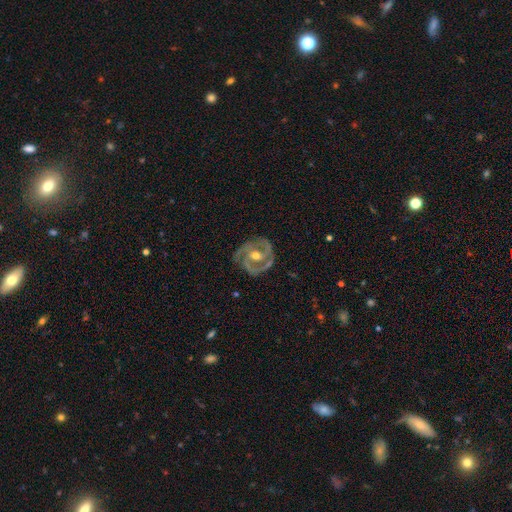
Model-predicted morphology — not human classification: A featured or disk galaxy (90%) with no bar (44%), 2 (57%) tight (58%) spiral arms (96%) and a moderate central bulge (73%).

Vote fractions:
- Smooth or featured? featured or disk: 90% / smooth: 6% / star or artifact: 4%
- Edge-on disk? no: 97% / yes: 3%
- Bar? no: 44% / weak: 36% / strong: 20%
- Spiral arms? yes: 96% / no: 4%
- Spiral winding? tight: 58% / medium: 36% / loose: 6%
- Spiral arm count? 2: 57% / 3: 26% / can't tell: 7% / 1: 3% / 4: 3% / more than 4: 3%
- Bulge size? moderate: 73% / small: 22% / large: 3% / none: 1% / dominant: 1%
- Merging? none: 78% / minor disturbance: 15% / major disturbance: 5% / merger: 1%